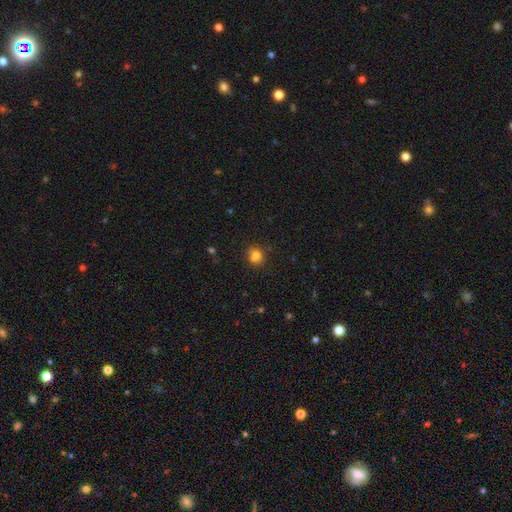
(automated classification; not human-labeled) Smooth or featured?
  - smooth: 78% *
  - star or artifact: 13%
  - featured or disk: 9%
How rounded?
  - round: 74% *
  - in between: 25%
  - cigar-shaped: 1%
Merging?
  - none: 63% *
  - merger: 16%
  - minor disturbance: 16%
  - major disturbance: 5%